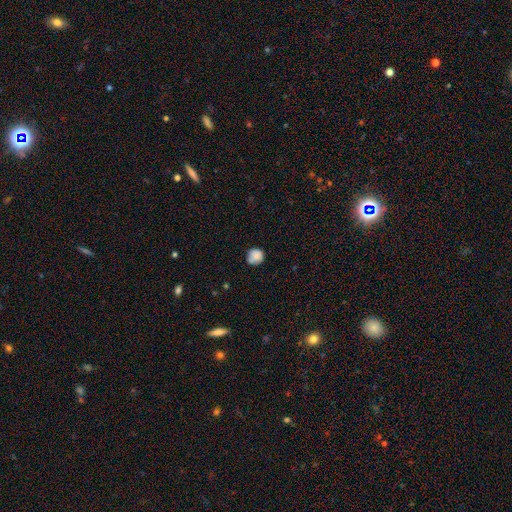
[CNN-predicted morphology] This is clearly a smooth galaxy (80%). How rounded: clearly round (88%). Merging: likely none (64%).